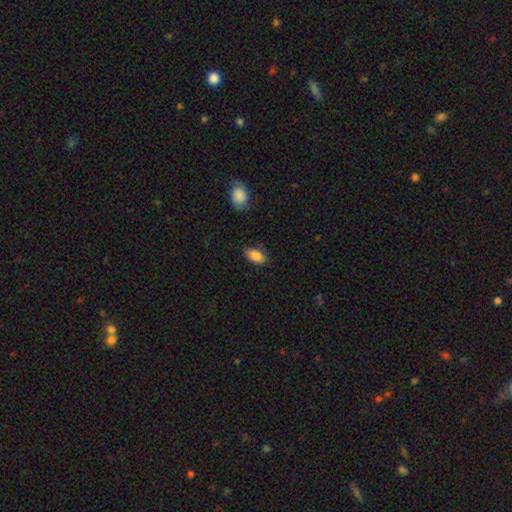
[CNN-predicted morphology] A smooth galaxy with no disk features (87%) that is in between round and cigar-shaped (92%).

Vote fractions:
- Smooth or featured? smooth: 87% / star or artifact: 7% / featured or disk: 6%
- How rounded? in between: 92% / round: 4% / cigar-shaped: 4%
- Merging? none: 82% / minor disturbance: 14% / major disturbance: 3% / merger: 2%